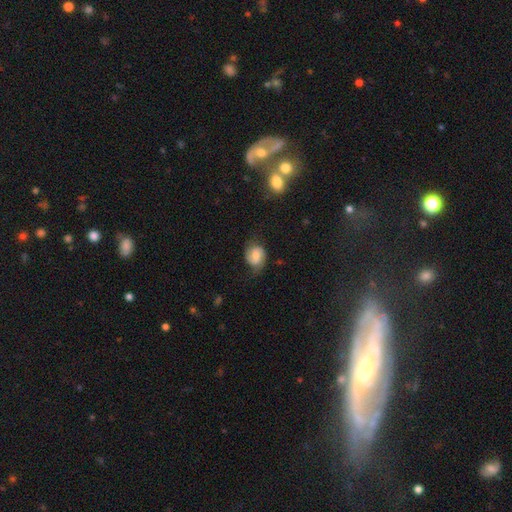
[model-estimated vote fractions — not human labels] Q: Smooth or featured?
A: featured or disk (54%); runner-up: smooth (38%)
Q: Edge-on disk?
A: no (97%); runner-up: yes (3%)
Q: Bar?
A: weak (50%); runner-up: no (35%)
Q: Spiral arms?
A: yes (90%); runner-up: no (10%)
Q: Bulge size?
A: moderate (44%); runner-up: small (36%)
Q: Merging?
A: none (66%); runner-up: minor disturbance (24%)